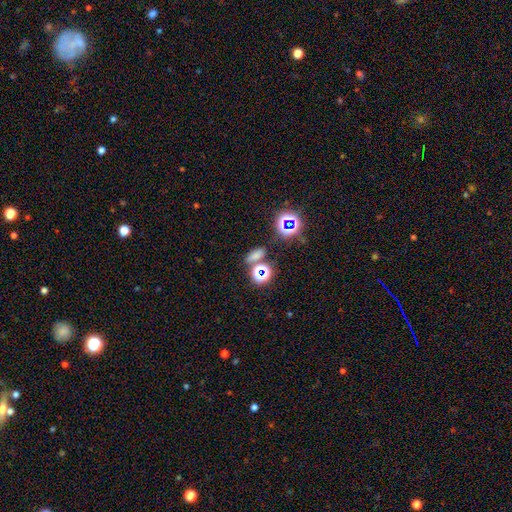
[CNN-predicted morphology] Smooth or featured: smooth — 53% (star or artifact — 38%)
How rounded: in between — 66% (round — 20%)
Merging: none — 70% (merger — 14%)